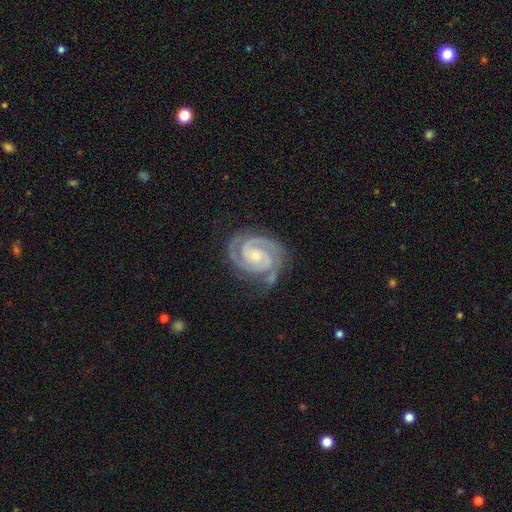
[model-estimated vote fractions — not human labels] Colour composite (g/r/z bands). It shows a featured or disk galaxy (93%) with no bar (57%), 2 (81%) tight (74%) spiral arms (99%) and a small central bulge (65%). Merging: none (74%).